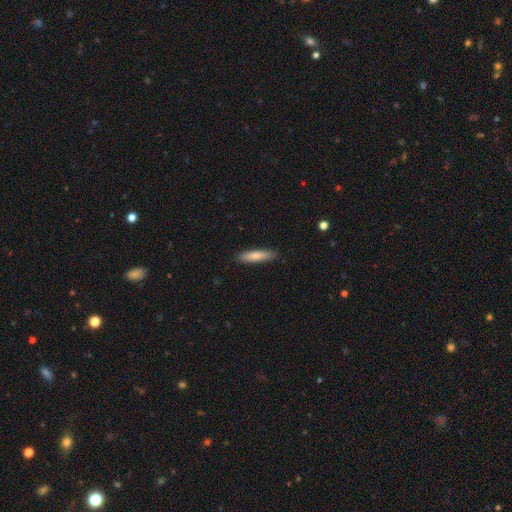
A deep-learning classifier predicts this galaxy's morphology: Smooth or featured? Predicted: smooth (p=0.79). How rounded? Predicted: cigar-shaped (p=0.79). Merging? Predicted: none (p=0.89).